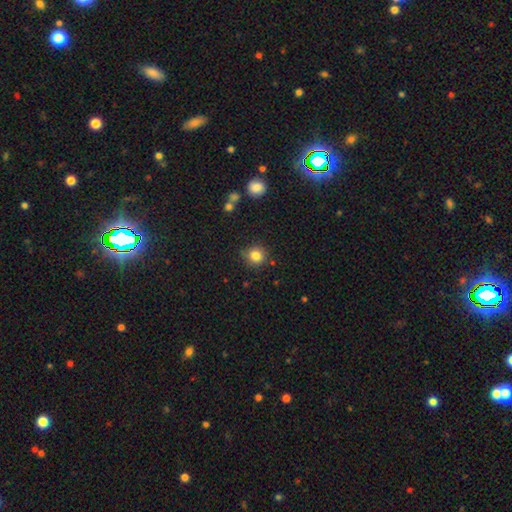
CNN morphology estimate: This appears to be a smooth galaxy with no disk features (83%) that is round (92%). Merging: none (82%).